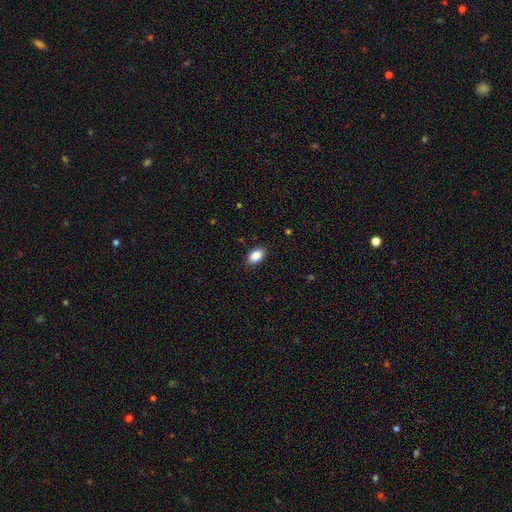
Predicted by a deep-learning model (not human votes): Smooth or featured? smooth (87%)
How rounded? in between (87%)
Merging? none (87%)